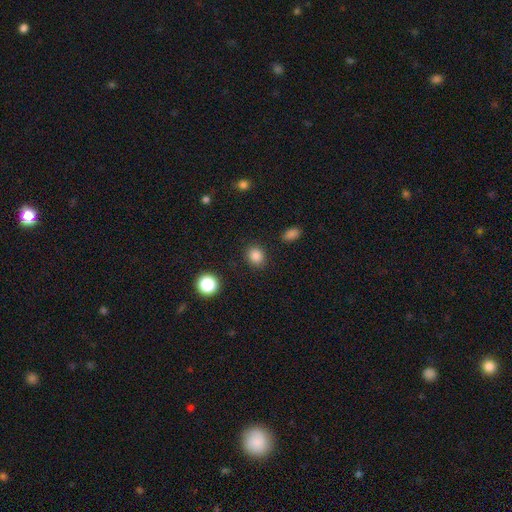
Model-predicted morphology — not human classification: This appears to be a smooth galaxy with no disk features (85%) that is round (71%). Merging: none (88%).